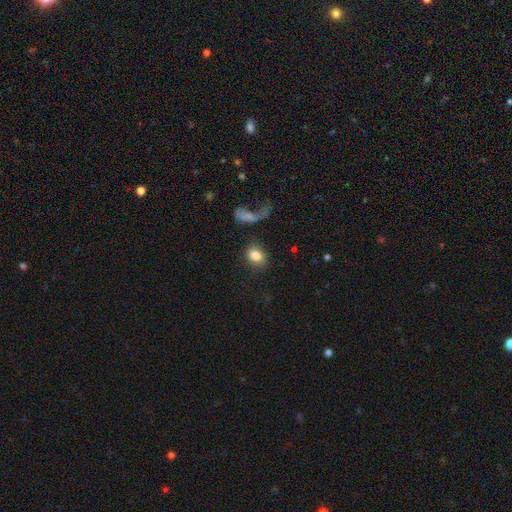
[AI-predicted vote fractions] The model was most divided on "how rounded": in between: 54%, round: 44%, cigar-shaped: 2%. More confident: smooth or featured — smooth (81%); merging — none (73%).